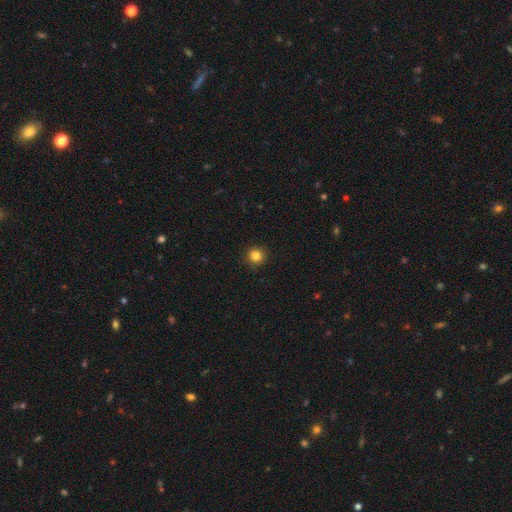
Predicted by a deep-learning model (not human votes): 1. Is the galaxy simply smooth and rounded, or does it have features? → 83% smooth, 12% star or artifact, 5% featured or disk.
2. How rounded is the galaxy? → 95% round, 4% in between, 1% cigar-shaped.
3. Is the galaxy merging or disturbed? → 92% none, 5% minor disturbance, 2% major disturbance, 1% merger.